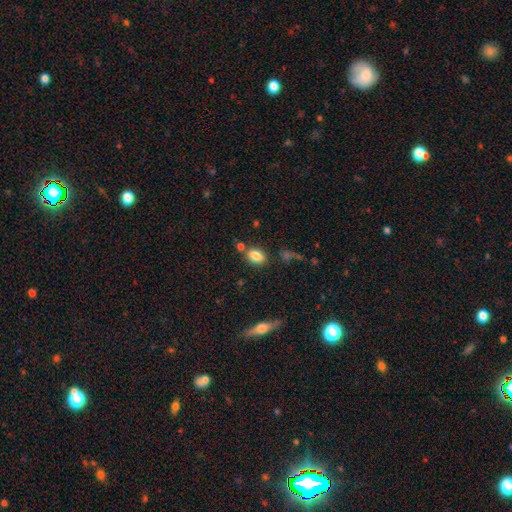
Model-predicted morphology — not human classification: smooth_or_featured: smooth (p=0.84) [alt: star or artifact p=0.09]
how_rounded: in between (p=0.77) [alt: round p=0.22]
merging: none (p=0.74) [alt: minor disturbance p=0.12]